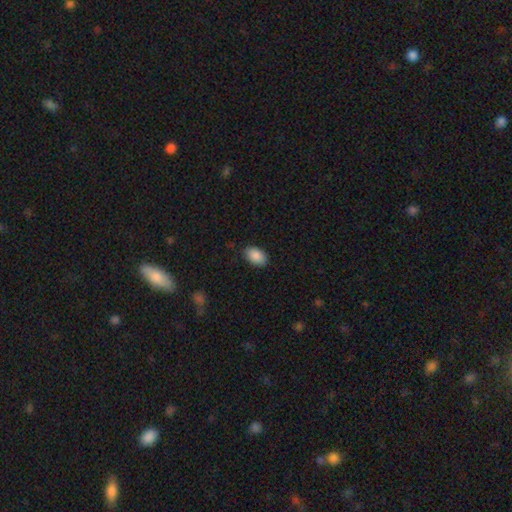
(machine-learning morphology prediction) Smooth or featured? Predicted: smooth (p=0.89). How rounded? Predicted: in between (p=0.90). Merging? Predicted: none (p=0.87).